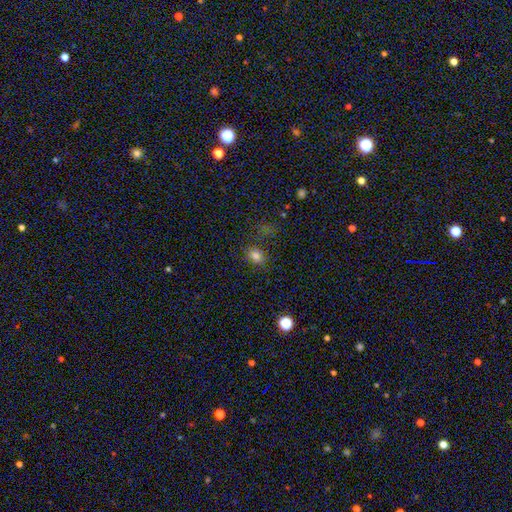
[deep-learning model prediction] The model was most divided on "how rounded": in between: 53%, round: 45%, cigar-shaped: 1%. More confident: smooth or featured — smooth (78%); merging — none (74%).